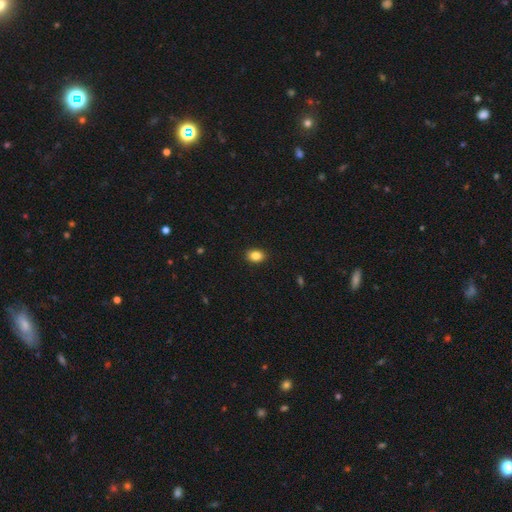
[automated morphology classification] Smooth or featured?
  - smooth: 86% *
  - star or artifact: 9%
  - featured or disk: 5%
How rounded?
  - in between: 71% *
  - round: 27%
  - cigar-shaped: 1%
Merging?
  - none: 89% *
  - minor disturbance: 8%
  - major disturbance: 2%
  - merger: 1%